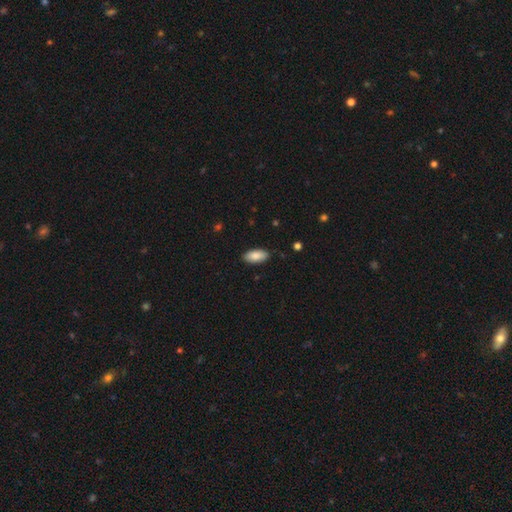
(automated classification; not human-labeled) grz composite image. It shows a smooth galaxy with no disk features (86%) that is in between round and cigar-shaped (90%). Merging: none (86%).